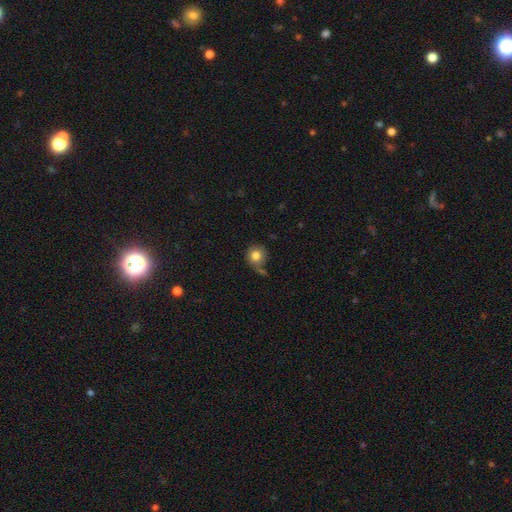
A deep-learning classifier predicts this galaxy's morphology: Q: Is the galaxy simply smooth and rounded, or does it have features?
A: smooth — 80%.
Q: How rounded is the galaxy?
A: round — 88%.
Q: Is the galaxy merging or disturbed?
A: none — 56%.